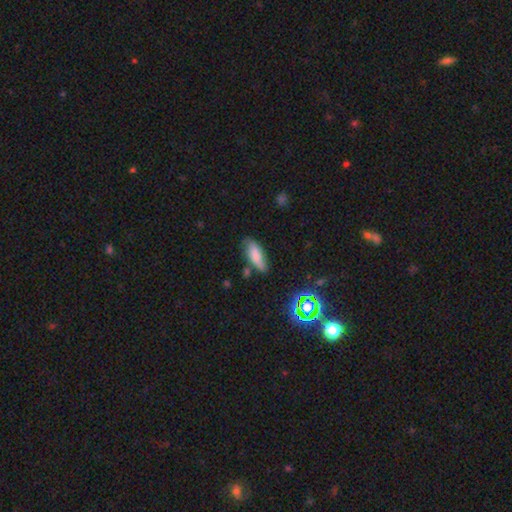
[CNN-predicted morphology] Smooth or featured?
  - smooth: 71% *
  - featured or disk: 19%
  - star or artifact: 10%
How rounded?
  - in between: 66% *
  - cigar-shaped: 31%
  - round: 3%
Merging?
  - none: 63% *
  - minor disturbance: 26%
  - major disturbance: 6%
  - merger: 5%